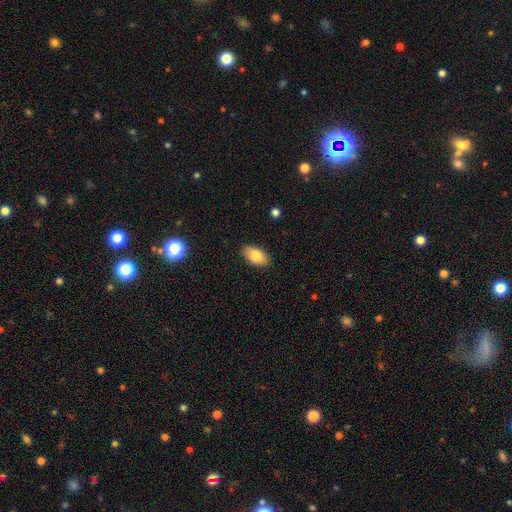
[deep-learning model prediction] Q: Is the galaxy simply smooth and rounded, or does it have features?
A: smooth — 82%.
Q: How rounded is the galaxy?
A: in between — 93%.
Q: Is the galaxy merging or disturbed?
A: none — 88%.